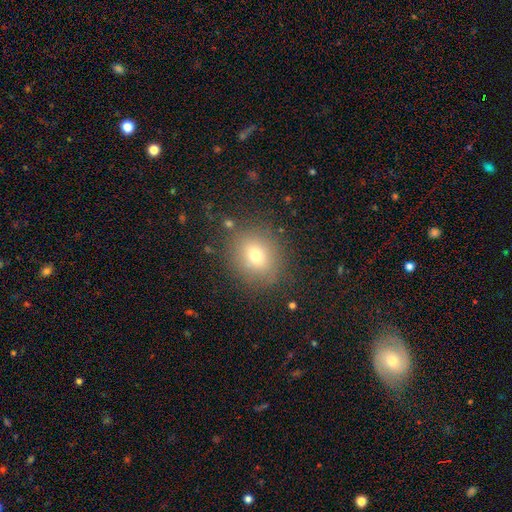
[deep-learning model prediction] Smooth or featured? Predicted: smooth (p=0.69). How rounded? Predicted: round (p=0.69). Merging? Predicted: none (p=0.82).